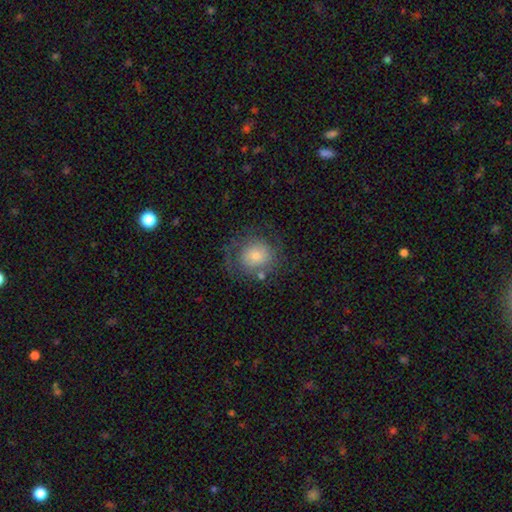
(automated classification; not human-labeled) Smooth or featured?
  - smooth: 56% *
  - featured or disk: 34%
  - star or artifact: 10%
How rounded?
  - round: 82% *
  - in between: 17%
  - cigar-shaped: 1%
Merging?
  - none: 62% *
  - minor disturbance: 19%
  - major disturbance: 15%
  - merger: 4%